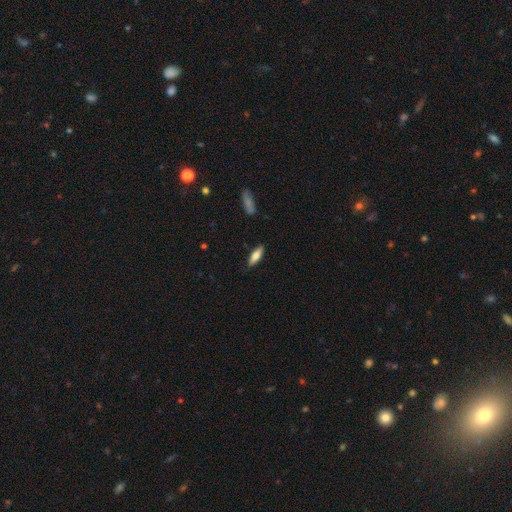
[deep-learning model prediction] Overall: smooth (71%). How rounded: in between (55%; cigar-shaped 43%). Merging: none (87%).